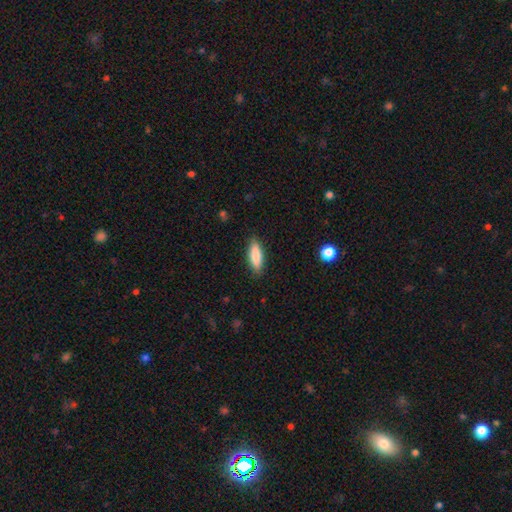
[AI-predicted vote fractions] Q: Smooth or featured?
A: smooth (84%); runner-up: featured or disk (10%)
Q: How rounded?
A: in between (56%); runner-up: cigar-shaped (42%)
Q: Merging?
A: none (87%); runner-up: minor disturbance (10%)